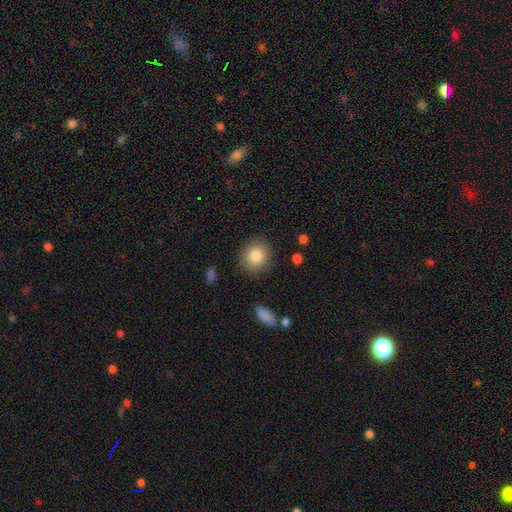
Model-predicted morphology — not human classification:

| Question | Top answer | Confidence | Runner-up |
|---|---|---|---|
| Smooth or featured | smooth | 84% | star or artifact (8%) |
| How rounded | round | 79% | in between (20%) |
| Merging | none | 86% | minor disturbance (9%) |